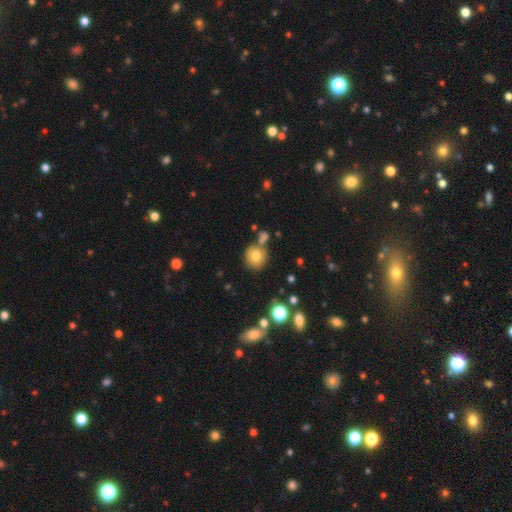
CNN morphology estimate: smooth-or-featured: smooth: 77% | featured or disk: 12% | star or artifact: 11%
  how-rounded: round: 88% | in between: 11% | cigar-shaped: 1%
  merging: none: 69% | merger: 15% | minor disturbance: 12% | major disturbance: 4%